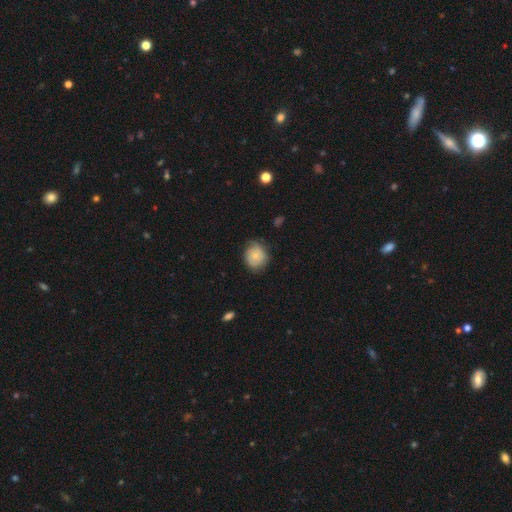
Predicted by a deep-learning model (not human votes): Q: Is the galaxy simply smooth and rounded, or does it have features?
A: smooth — 72%.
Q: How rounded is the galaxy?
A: round — 73%.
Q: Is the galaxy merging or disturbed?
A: none — 65%.